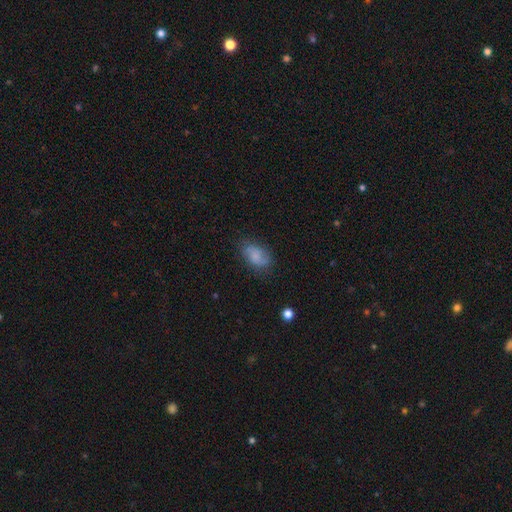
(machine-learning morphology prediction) This appears to be a smooth galaxy with no disk features (65%) that is in between round and cigar-shaped (88%). Merging: none (66%).